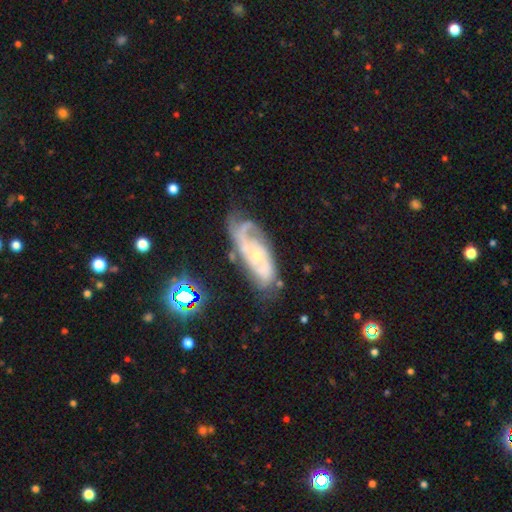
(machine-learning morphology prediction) Smooth or featured? Predicted: featured or disk (p=0.82). Edge-on disk? Predicted: no (p=0.91). Bar? Predicted: no (p=0.66). Spiral arms? Predicted: yes (p=0.94). Spiral winding? Predicted: tight (p=0.48). Spiral arm count? Predicted: 2 (p=0.38). Bulge size? Predicted: small (p=0.66). Merging? Predicted: none (p=0.57).